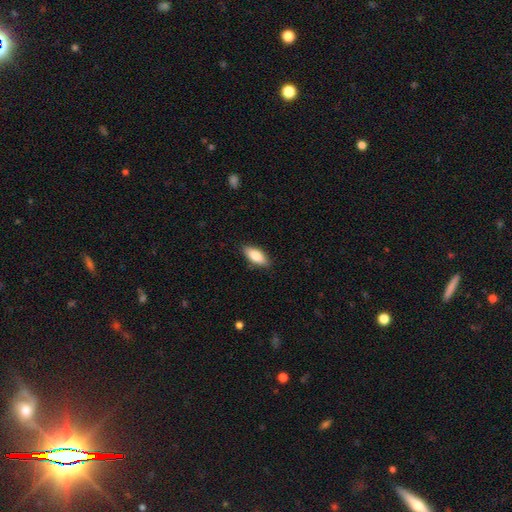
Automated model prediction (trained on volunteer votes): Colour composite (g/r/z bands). It shows a smooth galaxy with no disk features (80%) that is in between round and cigar-shaped (82%). Merging: none (87%).